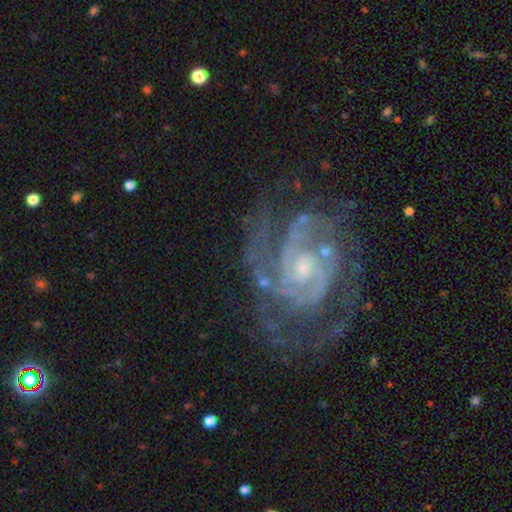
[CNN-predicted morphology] featured or disk 91%, star or artifact 6%, smooth 4%. Down the decision tree: edge-on disk — no (98%); bar — no (56%); spiral arms — yes (97%); spiral arm count — 2 (50%); spiral winding — tight (58%); bulge size — small (57%); merging — none (69%).